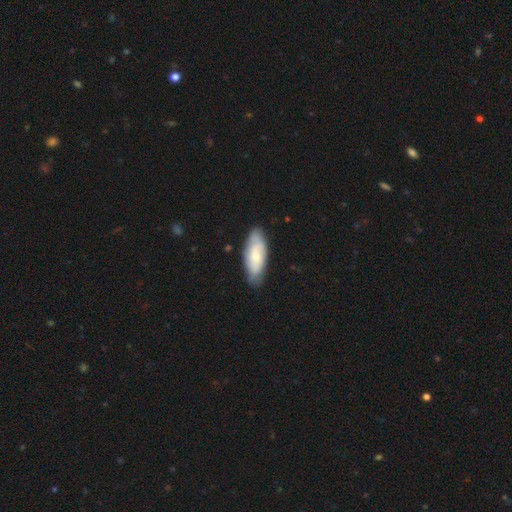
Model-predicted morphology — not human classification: Smooth or featured: smooth — 54% (featured or disk — 41%)
How rounded: in between — 78% (cigar-shaped — 20%)
Merging: none — 75% (minor disturbance — 19%)